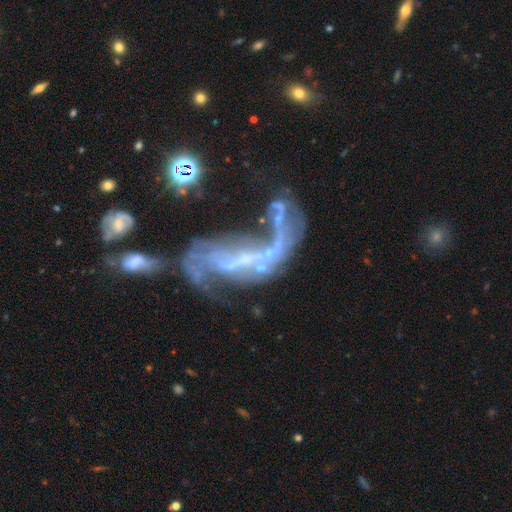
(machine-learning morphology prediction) This is likely a featured or disk galaxy (75%). It is clearly not viewed edge-on (92%). Bar: marginally no (36%). Spiral arm pattern: likely yes (62%). Central bulge: possibly none (45%). Merging: marginally major disturbance (38%).